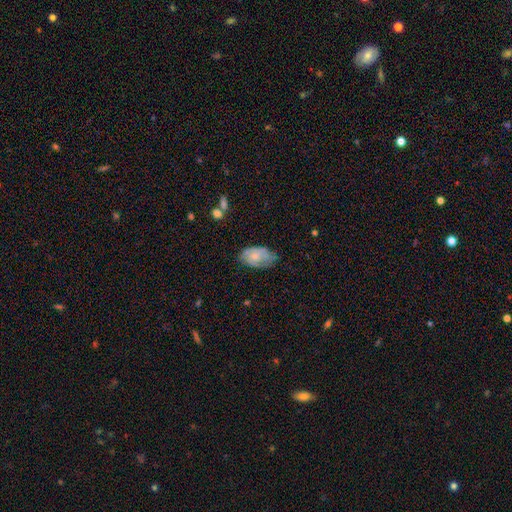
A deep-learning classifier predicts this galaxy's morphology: smooth_or_featured: smooth (p=0.50) [alt: featured or disk p=0.44]
merging: none (p=0.53) [alt: minor disturbance p=0.34]